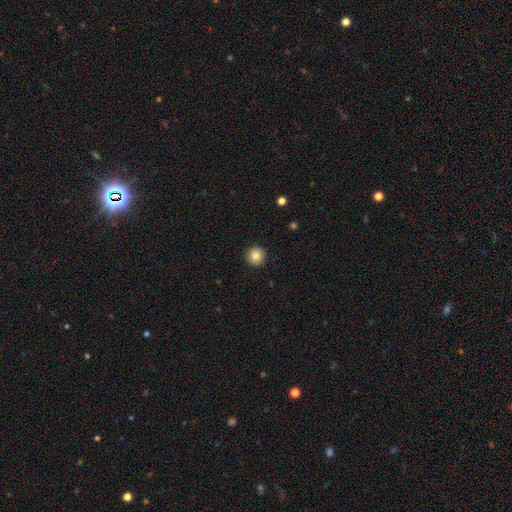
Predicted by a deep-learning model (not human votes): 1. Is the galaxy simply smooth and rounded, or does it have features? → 85% smooth, 9% star or artifact, 6% featured or disk.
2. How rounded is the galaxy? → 95% round, 4% in between, 1% cigar-shaped.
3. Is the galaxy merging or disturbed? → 92% none, 5% minor disturbance, 2% major disturbance, 1% merger.